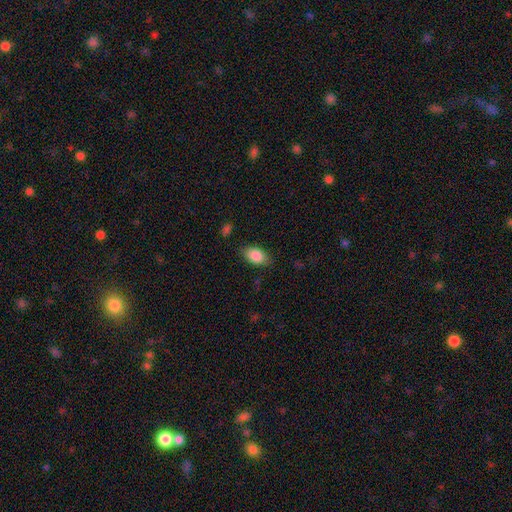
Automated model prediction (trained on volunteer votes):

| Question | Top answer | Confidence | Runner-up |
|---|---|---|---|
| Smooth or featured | smooth | 87% | star or artifact (7%) |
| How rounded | in between | 90% | round (7%) |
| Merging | none | 81% | minor disturbance (14%) |